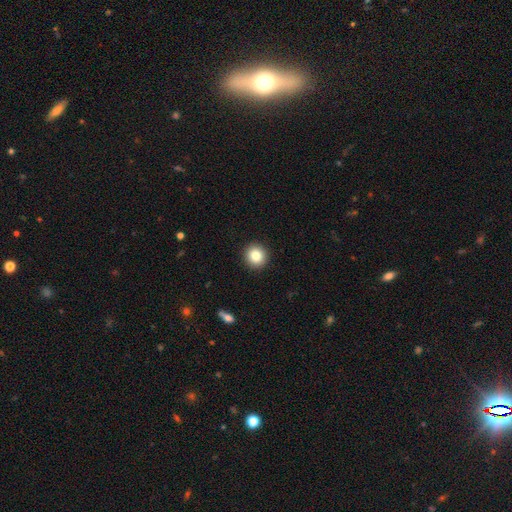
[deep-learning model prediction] Smooth or featured: smooth — 83% (star or artifact — 10%)
How rounded: round — 93% (in between — 6%)
Merging: none — 93% (minor disturbance — 5%)